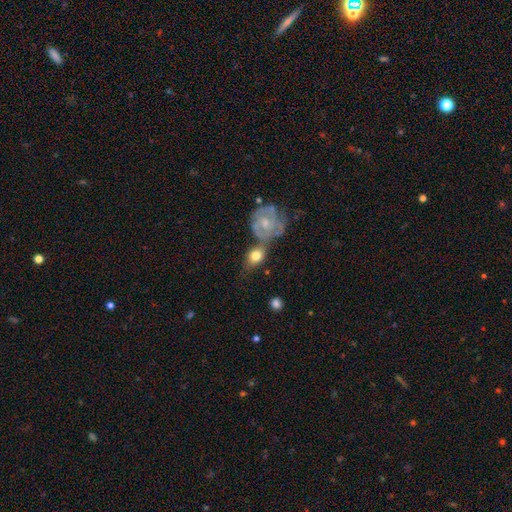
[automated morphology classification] type=smooth (58%); roundness=in between (55%); merging=none (44%).